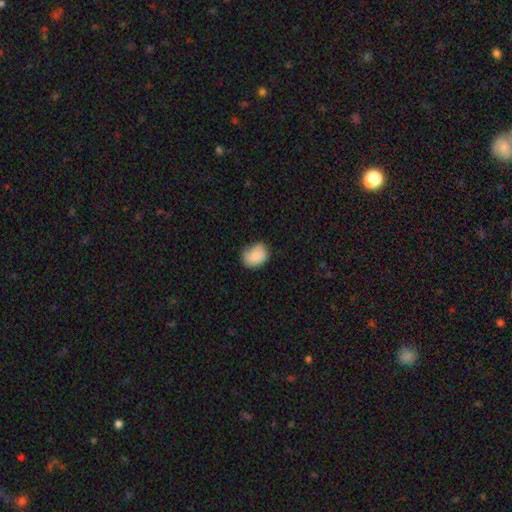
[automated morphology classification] Overall: smooth (85%). How rounded: in between (52%; round 47%). Merging: none (60%; minor disturbance 31%).